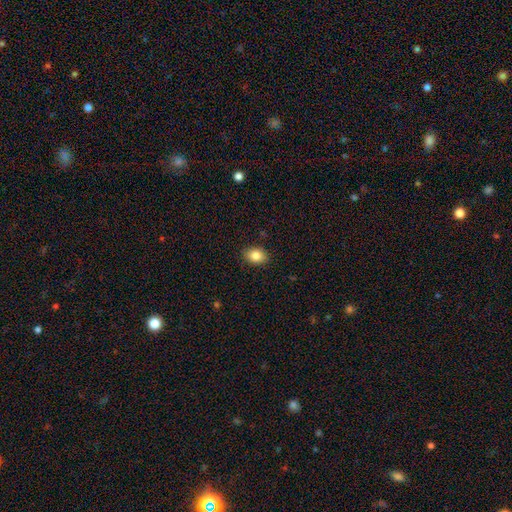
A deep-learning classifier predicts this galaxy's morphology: Overall: smooth (85%). How rounded: in between (75%). Merging: none (89%).